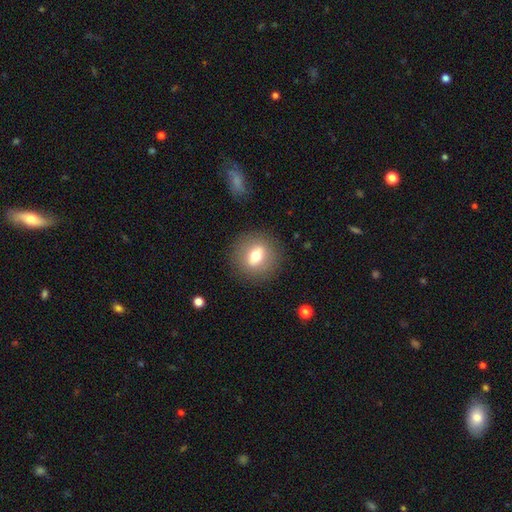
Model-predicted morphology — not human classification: smooth 62%, featured or disk 29%, star or artifact 9%. Down the decision tree: how rounded — round (73%); merging — none (87%).